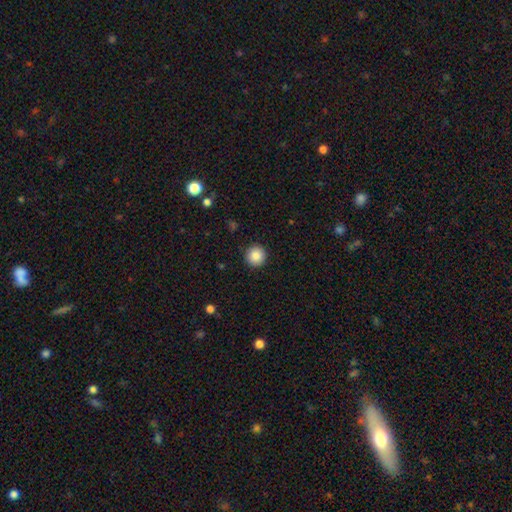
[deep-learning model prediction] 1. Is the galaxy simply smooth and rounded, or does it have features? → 87% smooth, 9% star or artifact, 5% featured or disk.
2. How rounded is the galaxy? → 95% round, 4% in between, 1% cigar-shaped.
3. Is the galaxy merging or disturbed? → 92% none, 5% minor disturbance, 2% major disturbance, 1% merger.